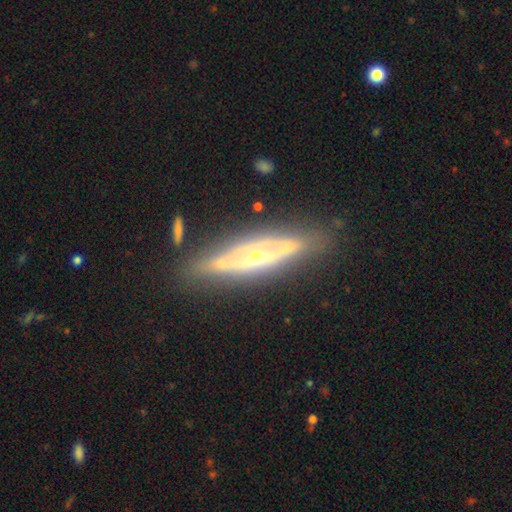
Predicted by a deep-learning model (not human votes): A featured or disk galaxy (74%) viewed edge-on (67%) with a rounded central bulge (77%). Merging: none (74%).